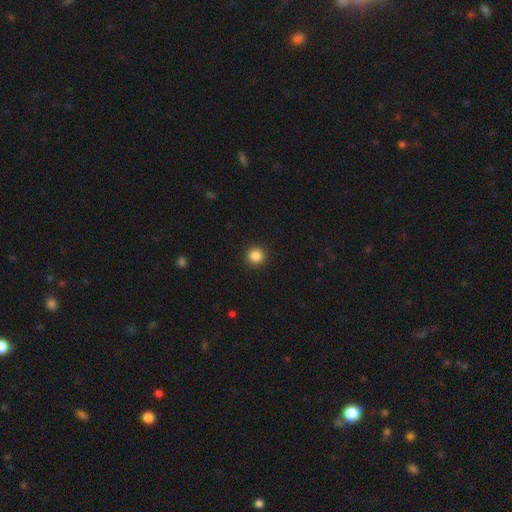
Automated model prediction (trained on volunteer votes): smooth_or_featured: smooth (p=0.86) [alt: star or artifact p=0.11]
how_rounded: round (p=0.95) [alt: in between p=0.04]
merging: none (p=0.93) [alt: minor disturbance p=0.05]